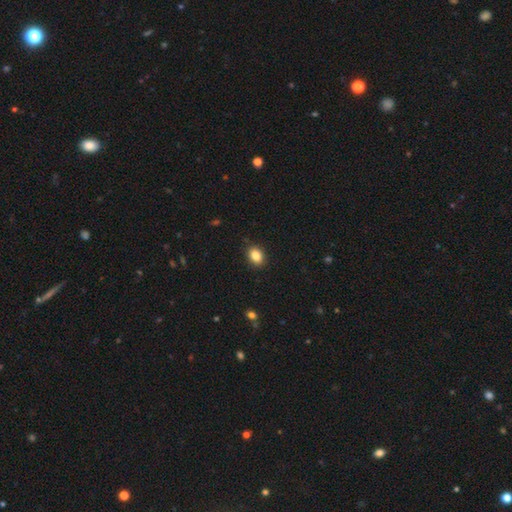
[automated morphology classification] Smooth or featured? Predicted: smooth (p=0.86). How rounded? Predicted: in between (p=0.69). Merging? Predicted: none (p=0.89).